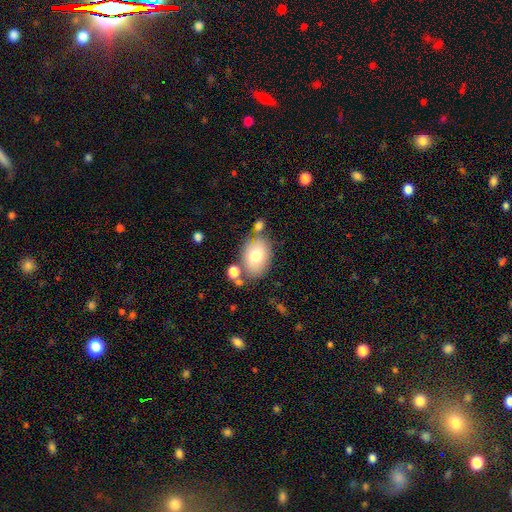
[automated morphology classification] Smooth or featured? smooth (72%)
How rounded? in between (77%)
Merging? none (67%)